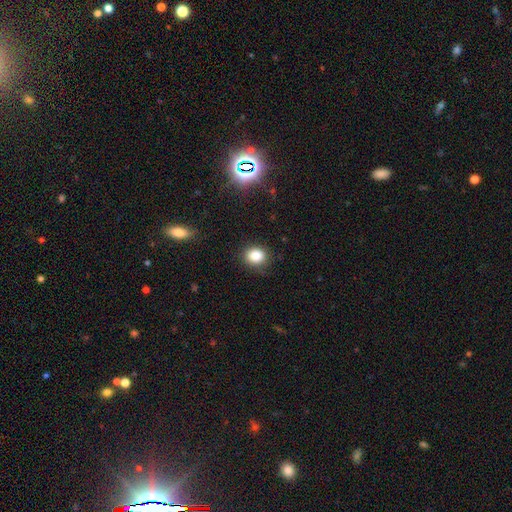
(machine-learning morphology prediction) Smooth or featured?
  - smooth: 86% *
  - star or artifact: 10%
  - featured or disk: 4%
How rounded?
  - round: 64% *
  - in between: 35%
  - cigar-shaped: 1%
Merging?
  - none: 86% *
  - minor disturbance: 10%
  - major disturbance: 3%
  - merger: 1%